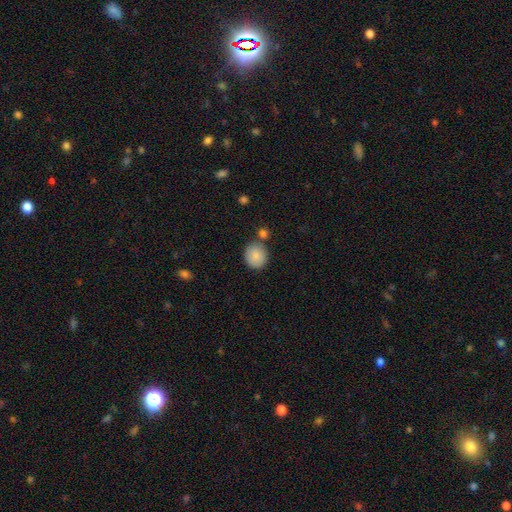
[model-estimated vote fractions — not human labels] This appears to be a smooth galaxy with no disk features (85%) that is round (86%). Merging: none (74%).